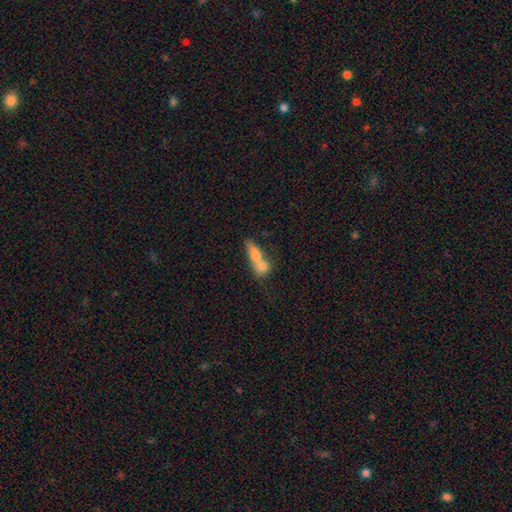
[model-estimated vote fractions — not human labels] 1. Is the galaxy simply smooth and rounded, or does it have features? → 68% smooth, 24% featured or disk, 8% star or artifact.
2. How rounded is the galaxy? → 55% in between, 32% cigar-shaped, 13% round.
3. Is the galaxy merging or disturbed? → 65% merger, 20% none, 9% minor disturbance, 6% major disturbance.